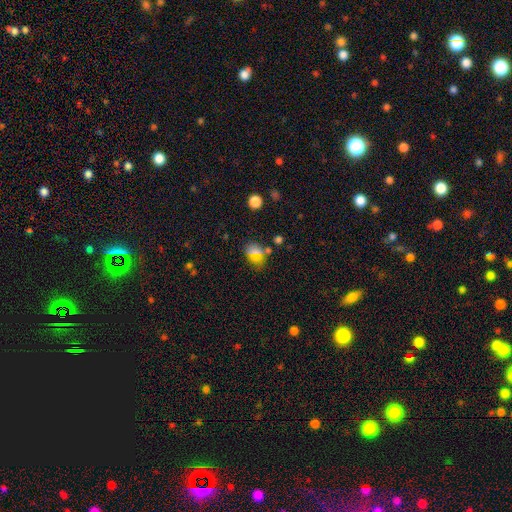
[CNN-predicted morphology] Overall: smooth (63%; star or artifact 26%). How rounded: in between (72%). Merging: none (66%).